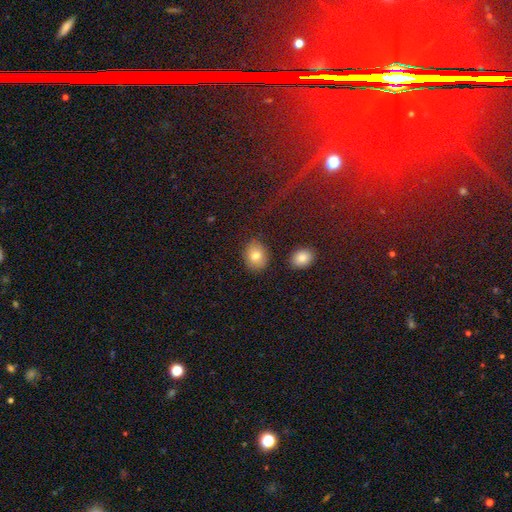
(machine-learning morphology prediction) Q: Smooth or featured?
A: smooth (79%); runner-up: featured or disk (11%)
Q: How rounded?
A: round (55%); runner-up: in between (44%)
Q: Merging?
A: none (84%); runner-up: minor disturbance (10%)